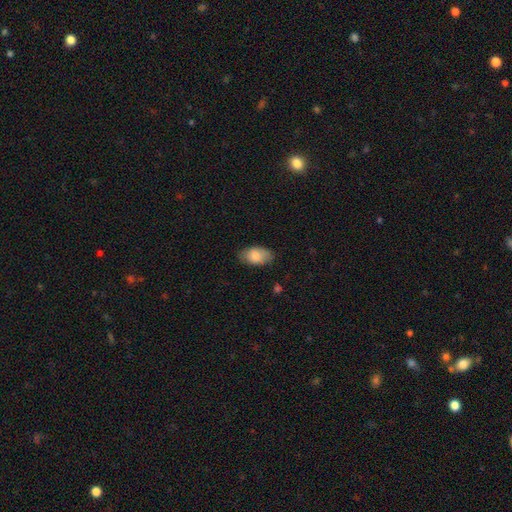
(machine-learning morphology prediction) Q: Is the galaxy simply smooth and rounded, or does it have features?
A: smooth — 82%.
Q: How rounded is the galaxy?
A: in between — 93%.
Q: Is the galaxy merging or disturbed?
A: none — 77%.